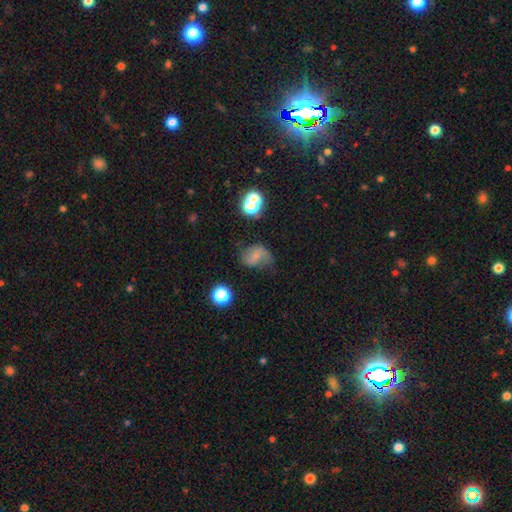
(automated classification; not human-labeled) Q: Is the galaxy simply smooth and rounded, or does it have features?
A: featured or disk — 51%.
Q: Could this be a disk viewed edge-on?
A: no — 97%.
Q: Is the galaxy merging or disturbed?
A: none — 58%.